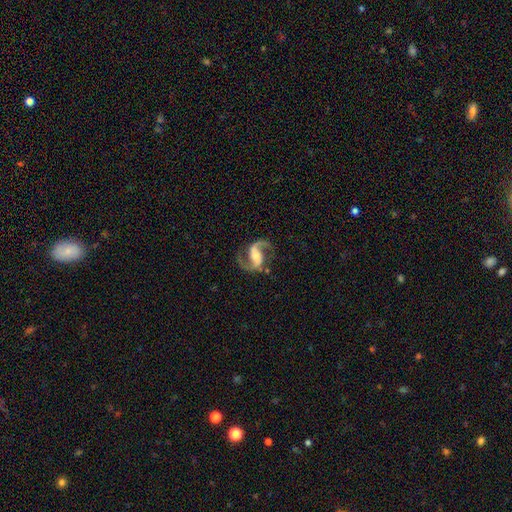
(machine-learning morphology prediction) A featured or disk galaxy (92%) with a weak bar (38%, tied with strong), 2 (94%) medium (53%) spiral arms (98%) and a moderate central bulge (47%). Merging: none (80%).